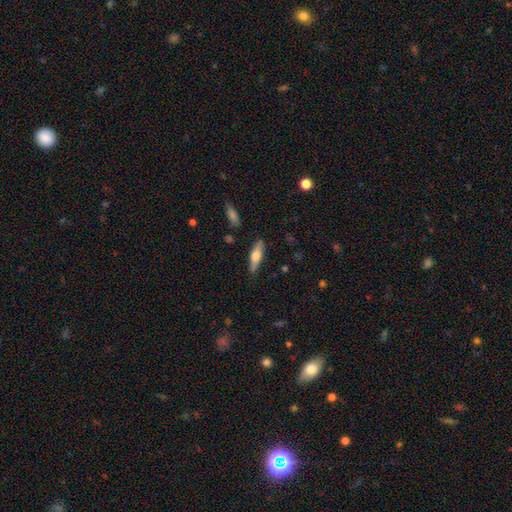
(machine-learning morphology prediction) A smooth galaxy with no disk features (53%) that is cigar-shaped (64%). Merging: none (83%).